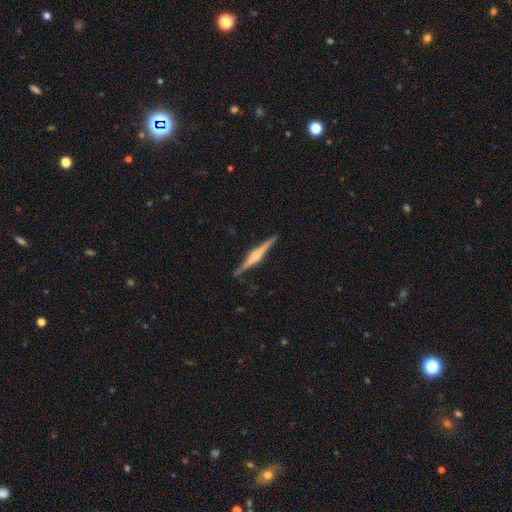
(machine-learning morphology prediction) Smooth or featured? Predicted: featured or disk (p=0.78). Edge-on disk? Predicted: yes (p=0.98). Edge-on bulge? Predicted: rounded (p=0.77). Merging? Predicted: none (p=0.90).